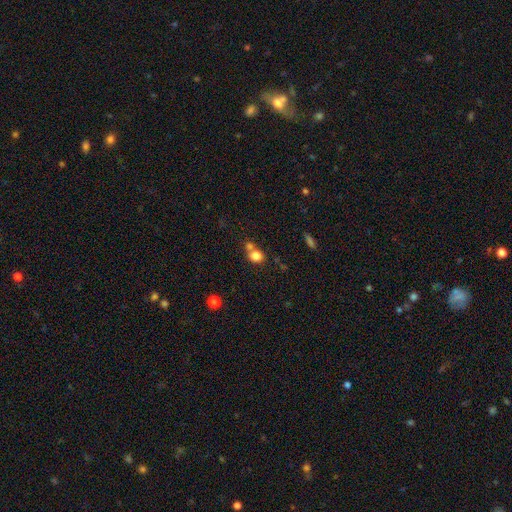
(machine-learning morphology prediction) Smooth or featured: smooth — 82% (star or artifact — 11%)
How rounded: round — 64% (in between — 35%)
Merging: none — 48% (merger — 39%)